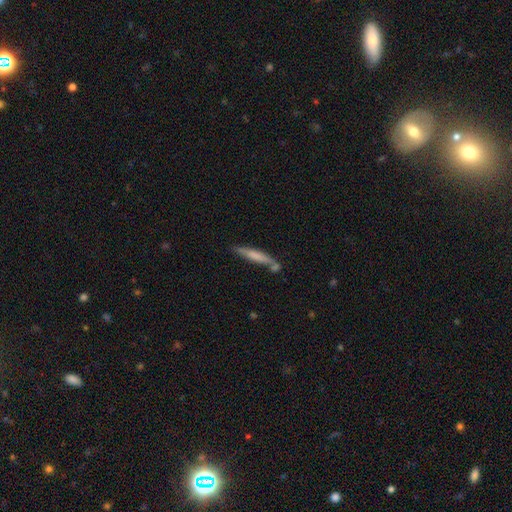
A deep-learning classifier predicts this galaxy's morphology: This appears to be a smooth galaxy with no disk features (62%) that is cigar-shaped (91%). Merging: none (61%).